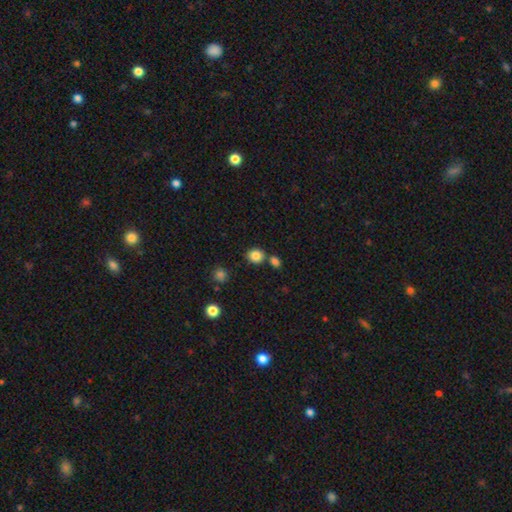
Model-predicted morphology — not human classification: Smooth or featured? Predicted: smooth (p=0.84). How rounded? Predicted: round (p=0.77). Merging? Predicted: none (p=0.72).